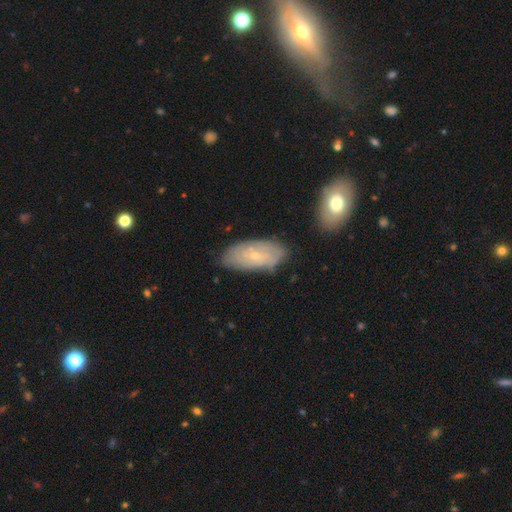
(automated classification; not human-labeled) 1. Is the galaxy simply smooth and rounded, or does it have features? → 51% featured or disk, 42% smooth, 7% star or artifact.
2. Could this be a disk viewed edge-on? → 89% no, 11% yes.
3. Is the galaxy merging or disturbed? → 75% none, 19% minor disturbance, 4% major disturbance, 3% merger.